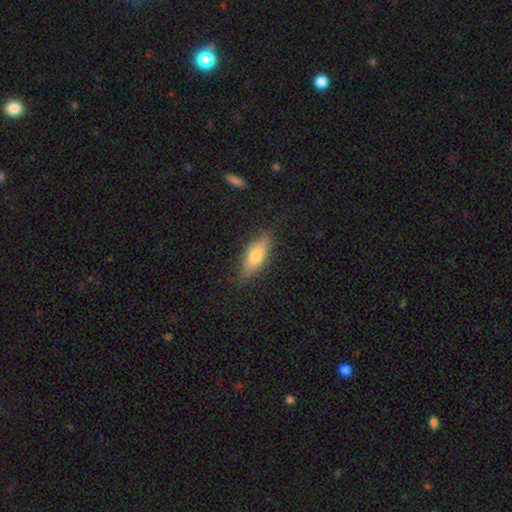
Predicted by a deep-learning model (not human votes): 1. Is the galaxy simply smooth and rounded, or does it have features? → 67% smooth, 26% featured or disk, 7% star or artifact.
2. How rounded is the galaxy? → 62% in between, 35% cigar-shaped, 3% round.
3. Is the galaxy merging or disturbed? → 81% none, 15% minor disturbance, 3% major disturbance, 1% merger.